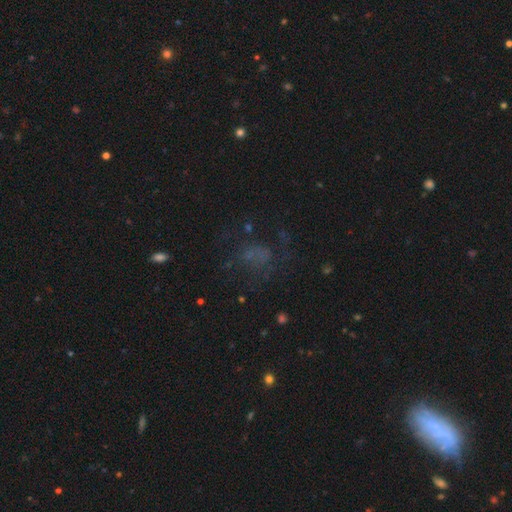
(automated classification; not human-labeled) A smooth galaxy with no disk features (34%, tied with star or artifact).

Vote fractions:
- Smooth or featured? smooth: 34% (tied) / star or artifact: 34% (tied) / featured or disk: 32%
- Merging? none: 49% / major disturbance: 31% / minor disturbance: 17% / merger: 3%